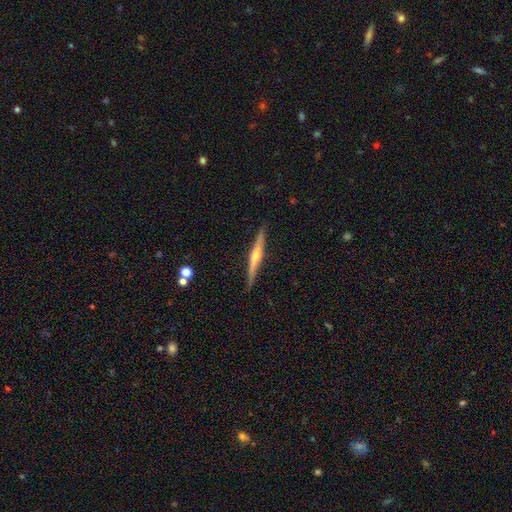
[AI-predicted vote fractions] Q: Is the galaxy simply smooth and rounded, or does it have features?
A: featured or disk — 72%.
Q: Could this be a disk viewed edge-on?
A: yes — 98%.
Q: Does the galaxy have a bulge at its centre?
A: rounded — 86%.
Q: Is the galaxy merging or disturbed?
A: none — 86%.